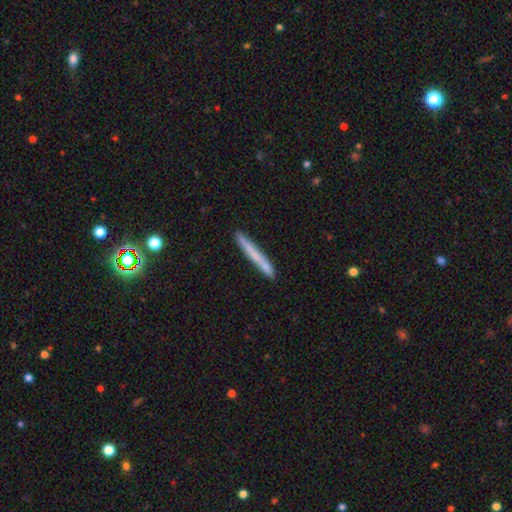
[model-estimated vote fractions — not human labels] Q: Smooth or featured?
A: smooth (65%); runner-up: featured or disk (28%)
Q: How rounded?
A: cigar-shaped (97%); runner-up: in between (2%)
Q: Merging?
A: none (88%); runner-up: minor disturbance (9%)